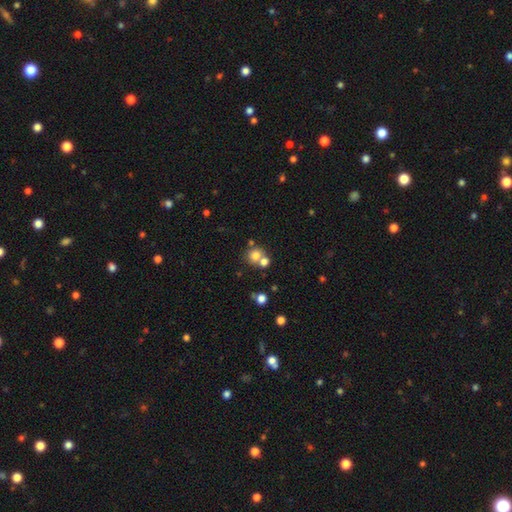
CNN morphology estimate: This is likely a smooth galaxy (73%). How rounded: clearly round (85%). Merging: possibly none (50%).